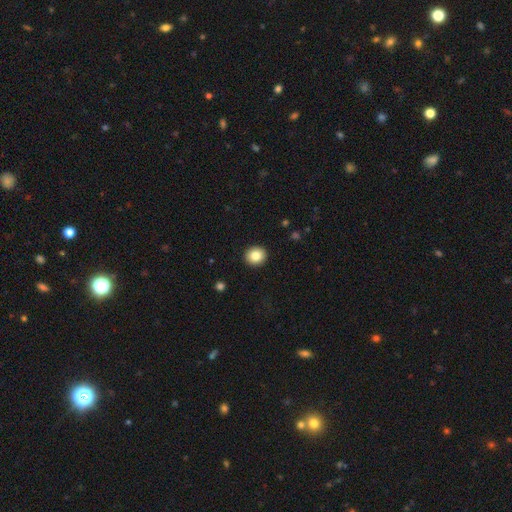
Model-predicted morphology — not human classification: smooth 85%, star or artifact 9%, featured or disk 6%. Down the decision tree: how rounded — round (86%); merging — none (92%).